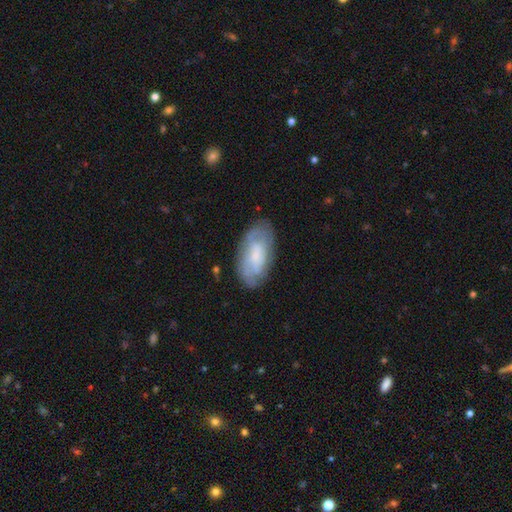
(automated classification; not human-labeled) A featured or disk galaxy (51%).

Vote fractions:
- Smooth or featured? featured or disk: 51% / smooth: 42% / star or artifact: 7%
- Edge-on disk? no: 92% / yes: 8%
- Merging? none: 74% / minor disturbance: 19% / major disturbance: 6% / merger: 2%